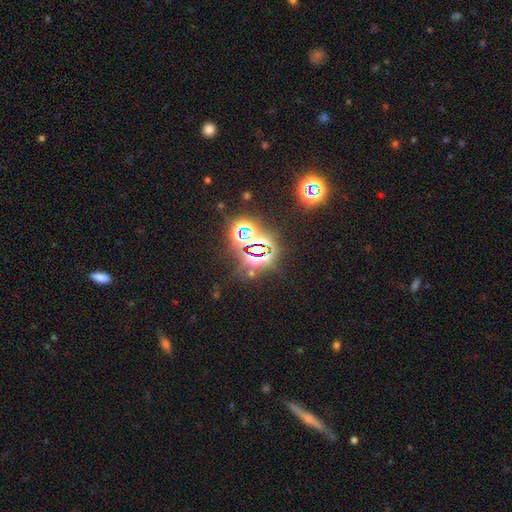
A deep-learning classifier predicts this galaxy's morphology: Smooth or featured? star or artifact (79%)